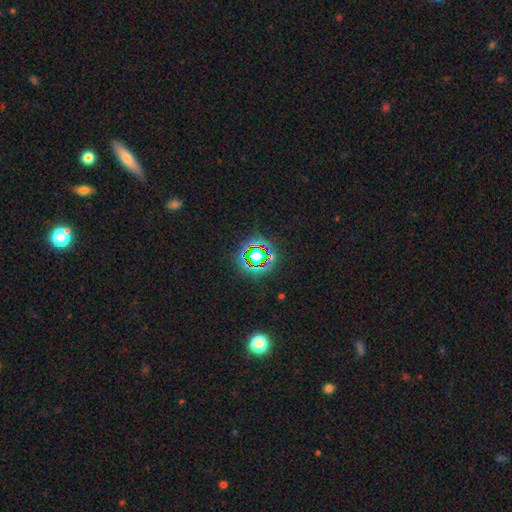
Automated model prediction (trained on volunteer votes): star or artifact 68%, smooth 20%, featured or disk 12%.